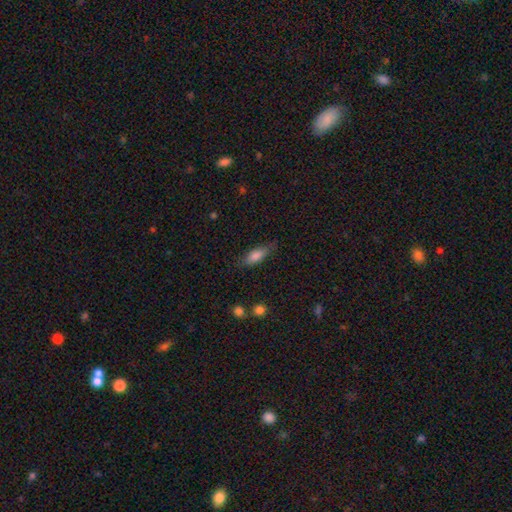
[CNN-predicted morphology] A smooth galaxy with no disk features (77%) that is in between round and cigar-shaped (59%).

Vote fractions:
- Smooth or featured? smooth: 77% / featured or disk: 16% / star or artifact: 7%
- How rounded? in between: 59% / cigar-shaped: 38% / round: 2%
- Merging? none: 76% / minor disturbance: 18% / major disturbance: 4% / merger: 2%